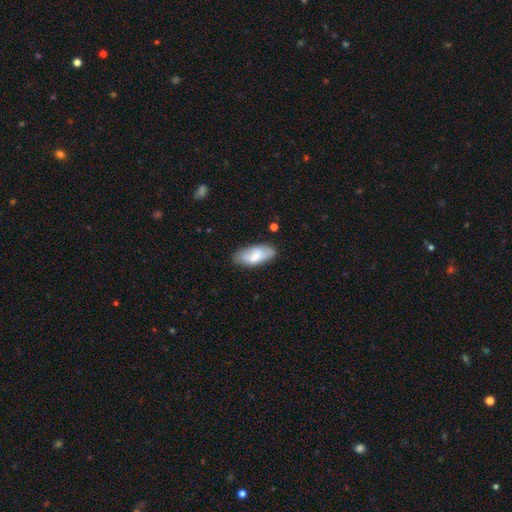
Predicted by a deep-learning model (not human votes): This appears to be a smooth galaxy with no disk features (69%) that is in between round and cigar-shaped (86%). Merging: none (73%).